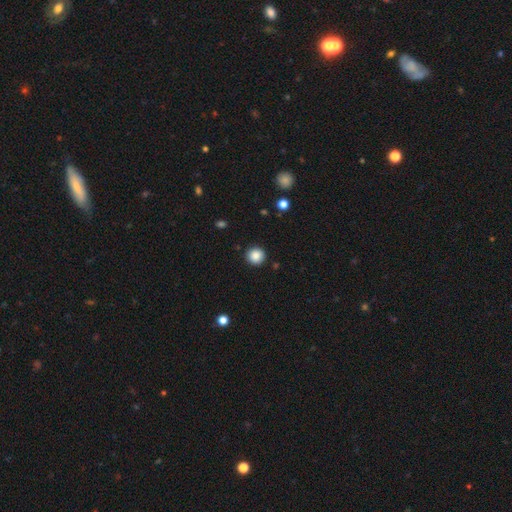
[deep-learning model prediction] Q: Smooth or featured?
A: smooth (86%); runner-up: star or artifact (10%)
Q: How rounded?
A: round (94%); runner-up: in between (5%)
Q: Merging?
A: none (91%); runner-up: minor disturbance (6%)